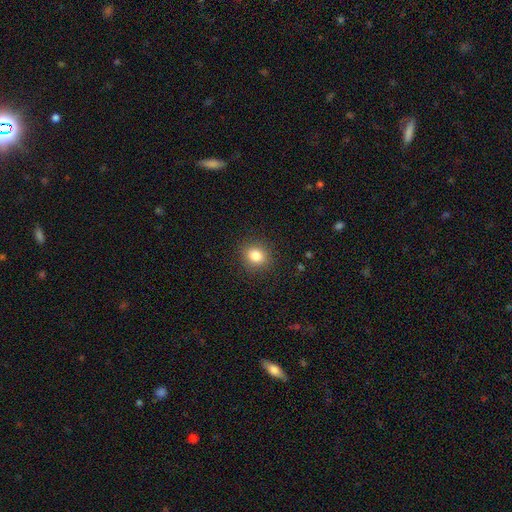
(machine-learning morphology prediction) This appears to be a smooth galaxy with no disk features (83%) that is round (72%). Merging: none (89%).